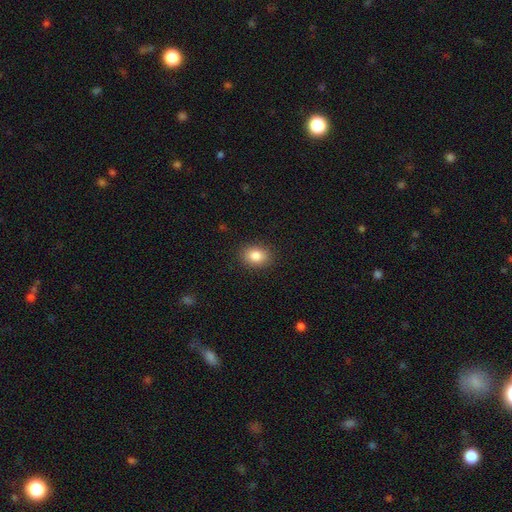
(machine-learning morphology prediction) Smooth or featured? smooth (85%)
How rounded? in between (64%)
Merging? none (89%)